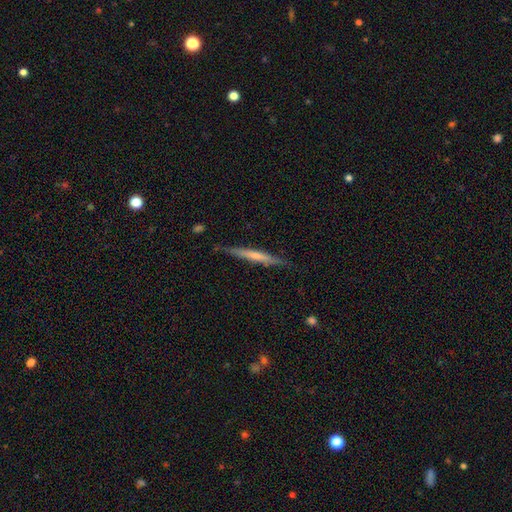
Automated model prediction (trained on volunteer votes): Smooth or featured: featured or disk — 48% (smooth — 46%)
Merging: none — 84% (minor disturbance — 12%)